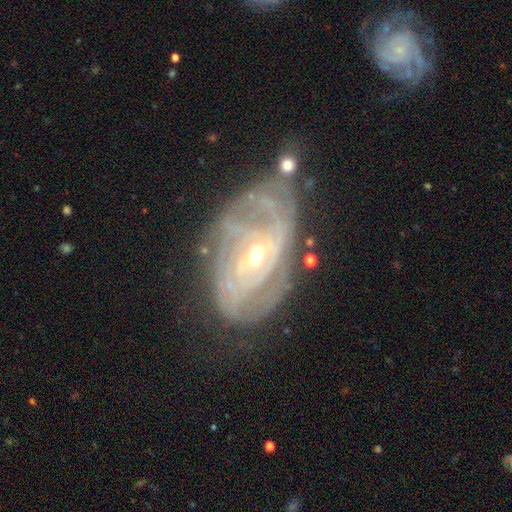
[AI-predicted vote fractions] smooth_or_featured: featured or disk (p=0.84) [alt: smooth p=0.09]
disk_edge_on: no (p=0.95) [alt: yes p=0.05]
bar: no (p=0.42) [alt: weak p=0.41]
has_spiral_arms: yes (p=0.90) [alt: no p=0.10]
spiral_winding: tight (p=0.66) [alt: medium p=0.26]
spiral_arm_count: can't tell (p=0.43) [alt: 2 p=0.22]
bulge_size: small (p=0.58) [alt: moderate p=0.39]
merging: none (p=0.55) [alt: minor disturbance p=0.24]